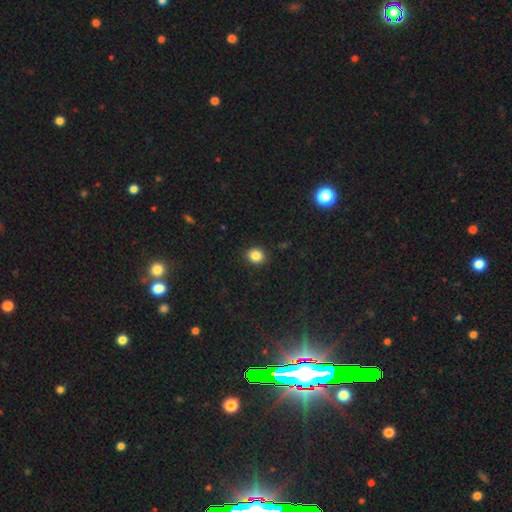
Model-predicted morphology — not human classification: smooth 85%, star or artifact 11%, featured or disk 5%. Down the decision tree: how rounded — round (76%); merging — none (90%).